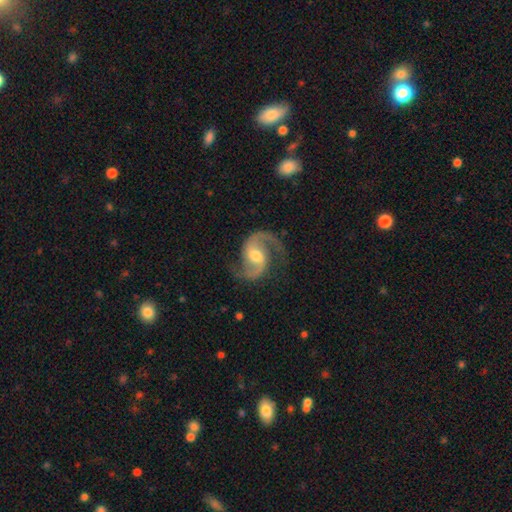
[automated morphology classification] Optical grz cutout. It shows a featured or disk galaxy (92%) with a weak bar (45%), 2 (94%) medium (58%) spiral arms (98%) and a moderate central bulge (66%). Merging: none (79%).